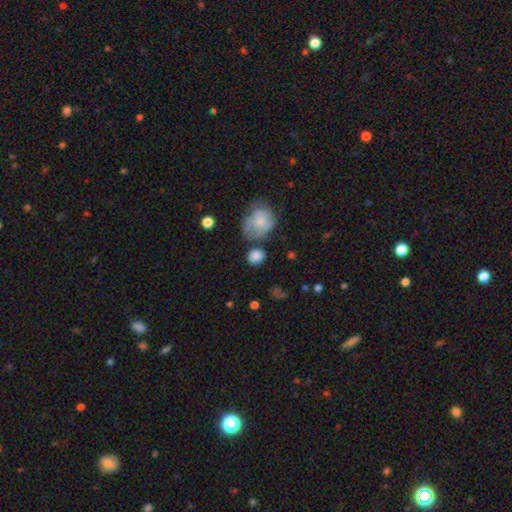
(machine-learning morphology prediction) smooth-or-featured: smooth: 82% | featured or disk: 10% | star or artifact: 8%
  how-rounded: round: 76% | in between: 22% | cigar-shaped: 1%
  merging: none: 65% | minor disturbance: 18% | merger: 9% | major disturbance: 8%